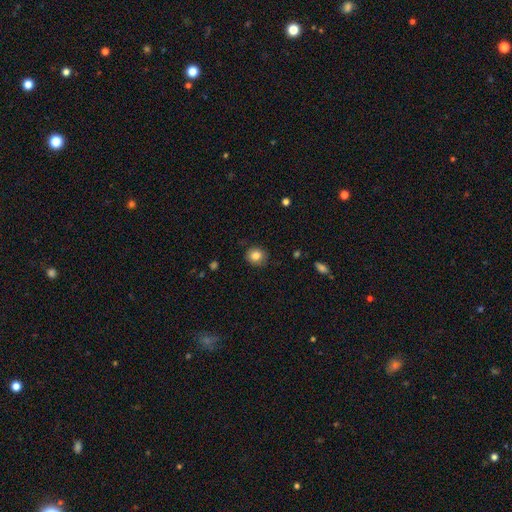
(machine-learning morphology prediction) smooth-or-featured: smooth: 83% | star or artifact: 10% | featured or disk: 7%
  how-rounded: round: 77% | in between: 22% | cigar-shaped: 1%
  merging: none: 83% | minor disturbance: 13% | major disturbance: 3% | merger: 1%